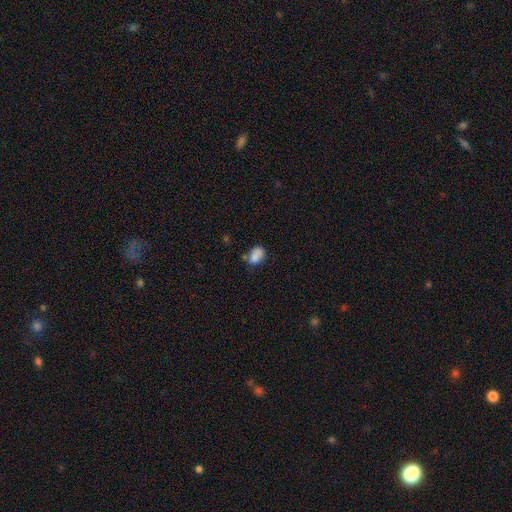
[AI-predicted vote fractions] A smooth galaxy with no disk features (83%) that is in between round and cigar-shaped (80%). Merging: none (54%).